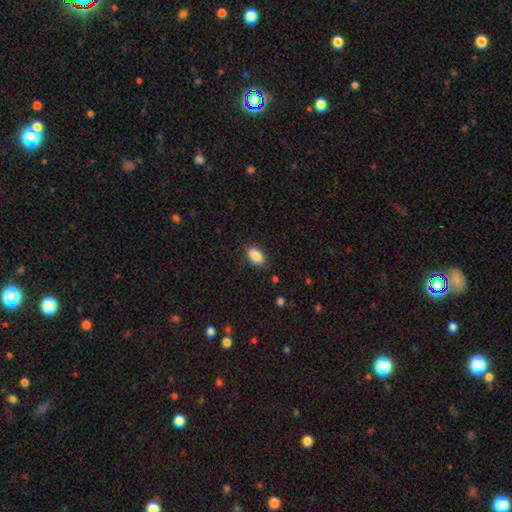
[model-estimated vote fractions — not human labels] smooth 89%, star or artifact 8%, featured or disk 4%. Down the decision tree: how rounded — in between (91%); merging — none (87%).